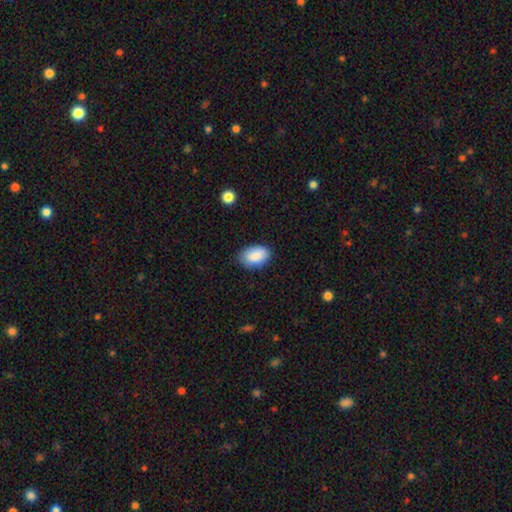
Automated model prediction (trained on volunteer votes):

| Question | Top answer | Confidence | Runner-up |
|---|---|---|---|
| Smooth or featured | smooth | 88% | star or artifact (7%) |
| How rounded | in between | 90% | round (9%) |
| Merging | none | 81% | minor disturbance (15%) |